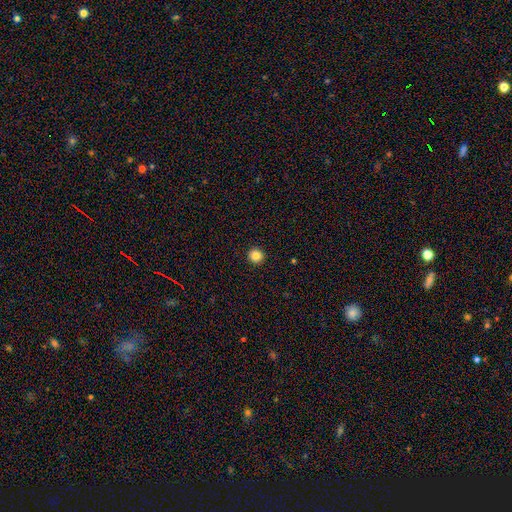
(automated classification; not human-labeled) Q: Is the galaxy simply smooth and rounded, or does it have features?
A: smooth — 85%.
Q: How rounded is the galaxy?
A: round — 95%.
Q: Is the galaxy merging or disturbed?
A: none — 94%.